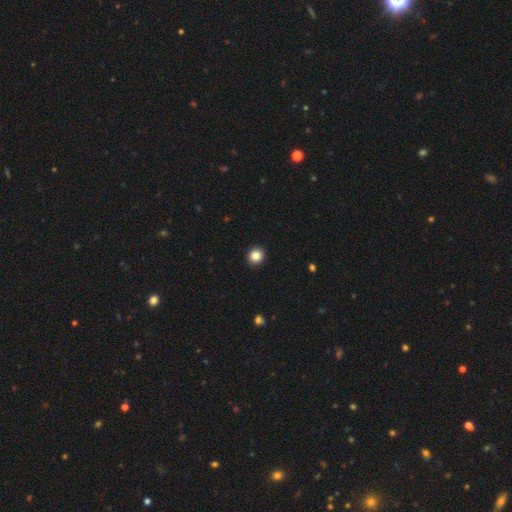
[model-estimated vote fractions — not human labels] Morphology: type=smooth (85%); roundness=round (80%); merging=none (93%).